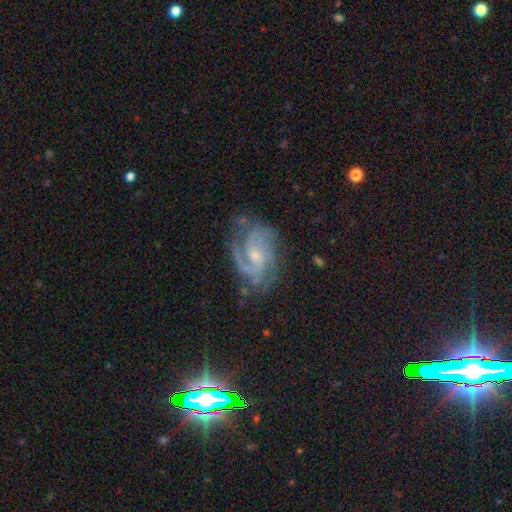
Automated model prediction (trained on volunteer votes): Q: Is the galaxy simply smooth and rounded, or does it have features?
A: featured or disk — 88%.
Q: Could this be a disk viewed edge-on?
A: no — 98%.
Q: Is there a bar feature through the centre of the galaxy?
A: no — 53%.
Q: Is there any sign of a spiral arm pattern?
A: yes — 98%.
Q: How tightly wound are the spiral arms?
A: medium — 50%.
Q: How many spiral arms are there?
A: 2 — 59%.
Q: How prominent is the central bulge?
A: small — 61%.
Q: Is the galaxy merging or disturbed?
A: none — 66%.